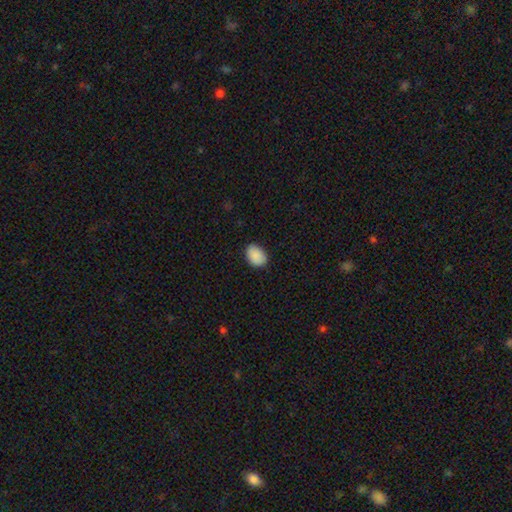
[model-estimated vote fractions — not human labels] The model was most divided on "how rounded": in between: 76%, round: 23%, cigar-shaped: 1%. More confident: smooth or featured — smooth (90%); merging — none (83%).